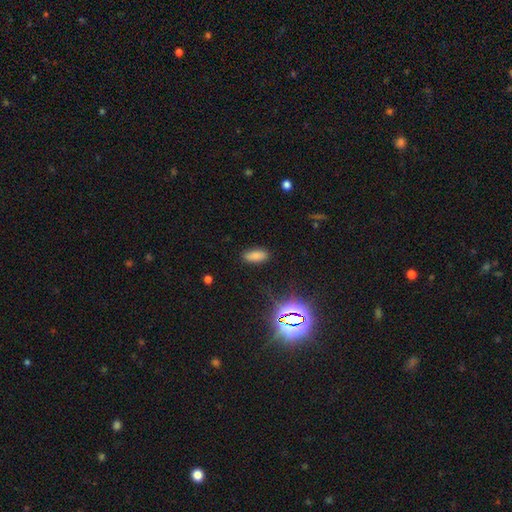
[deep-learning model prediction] Smooth or featured: smooth — 76% (star or artifact — 17%)
How rounded: in between — 84% (cigar-shaped — 13%)
Merging: none — 87% (minor disturbance — 9%)